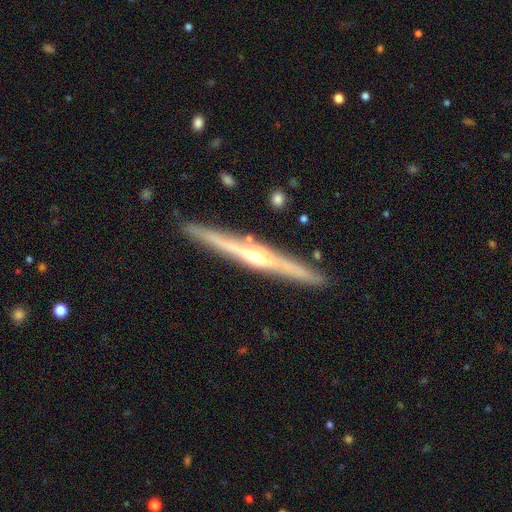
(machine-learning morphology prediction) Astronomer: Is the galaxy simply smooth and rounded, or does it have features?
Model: featured or disk — 81%.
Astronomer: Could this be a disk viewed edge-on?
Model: yes — 98%.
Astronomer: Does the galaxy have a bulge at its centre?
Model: rounded — 86%.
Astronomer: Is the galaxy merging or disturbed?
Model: none — 89%.